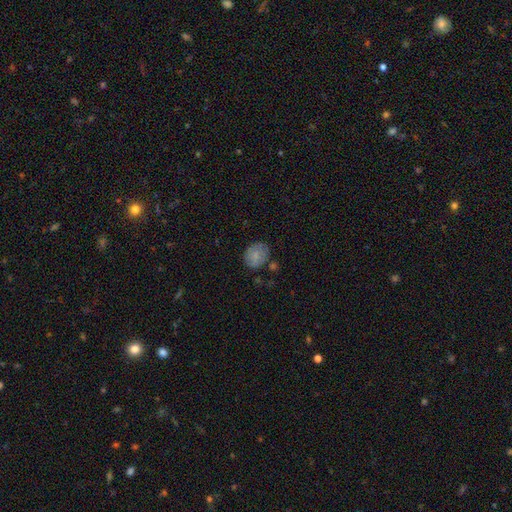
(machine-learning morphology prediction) This appears to be a smooth galaxy with no disk features (77%) that is round (56%). Merging: none (68%).